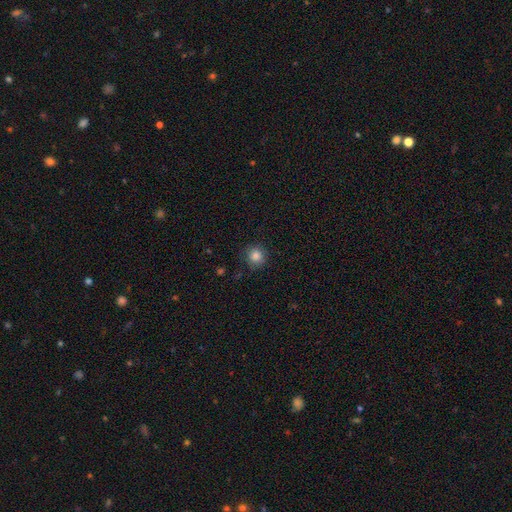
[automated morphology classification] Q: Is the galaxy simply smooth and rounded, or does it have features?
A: smooth — 85%.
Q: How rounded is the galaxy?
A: round — 91%.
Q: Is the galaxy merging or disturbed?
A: none — 84%.